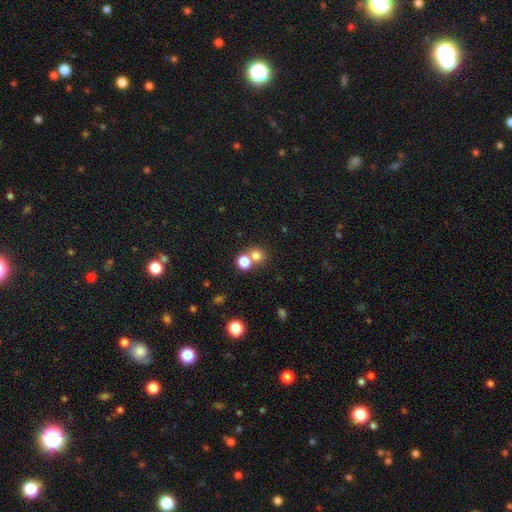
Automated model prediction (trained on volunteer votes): Morphology: type=smooth (76%); roundness=round (82%); merging=none (53%).